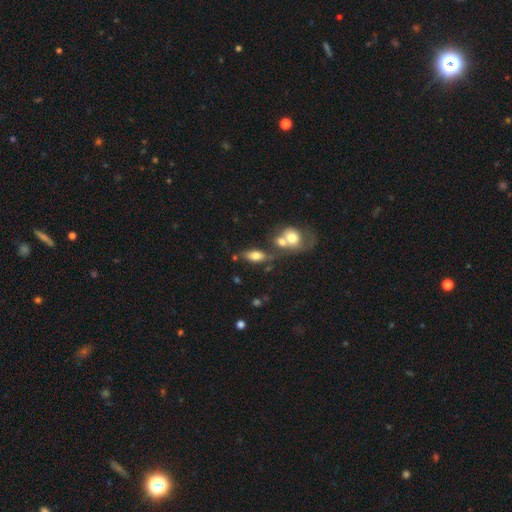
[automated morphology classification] Q: Smooth or featured?
A: smooth (69%); runner-up: featured or disk (22%)
Q: How rounded?
A: in between (81%); runner-up: cigar-shaped (10%)
Q: Merging?
A: none (48%); runner-up: merger (33%)